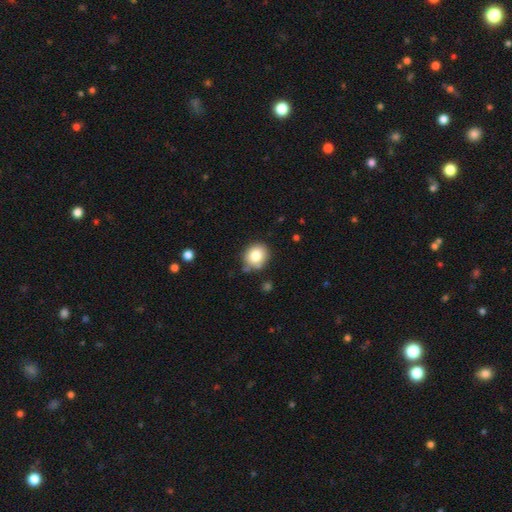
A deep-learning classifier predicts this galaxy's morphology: type=smooth (82%); roundness=round (81%); merging=none (81%).